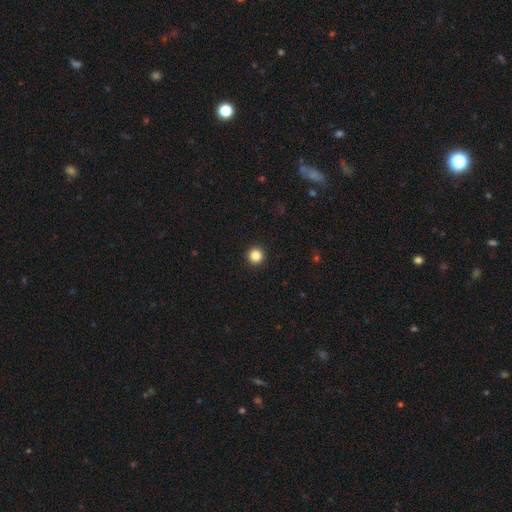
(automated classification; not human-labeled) This appears to be a smooth galaxy with no disk features (85%) that is round (97%). Merging: none (94%).